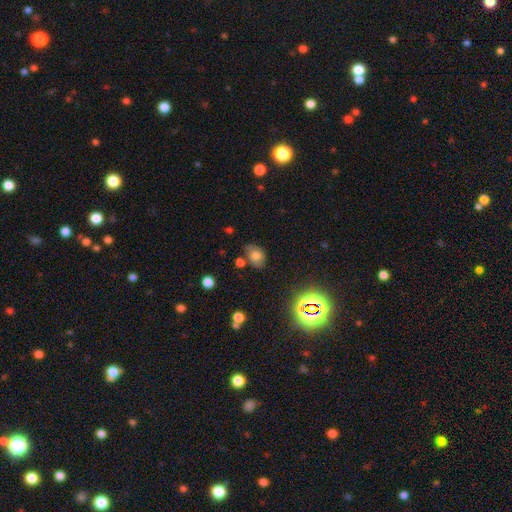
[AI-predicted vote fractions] Smooth or featured? Predicted: smooth (p=0.66). How rounded? Predicted: in between (p=0.72). Merging? Predicted: none (p=0.65).